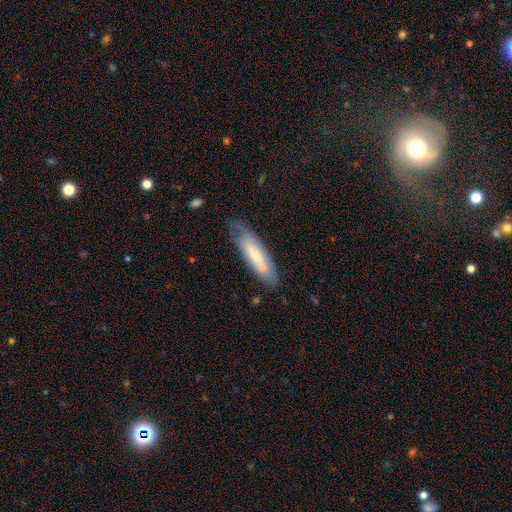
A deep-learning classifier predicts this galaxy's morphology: smooth-or-featured: smooth: 61% | featured or disk: 33% | star or artifact: 7%
  how-rounded: cigar-shaped: 61% | in between: 38% | round: 2%
  merging: none: 56% | minor disturbance: 26% | merger: 10% | major disturbance: 8%